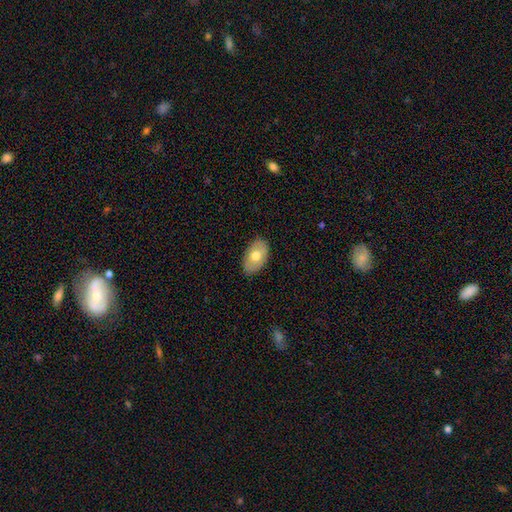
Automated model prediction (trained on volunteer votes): Smooth or featured: smooth — 67% (featured or disk — 26%)
How rounded: in between — 91% (round — 8%)
Merging: none — 85% (minor disturbance — 12%)